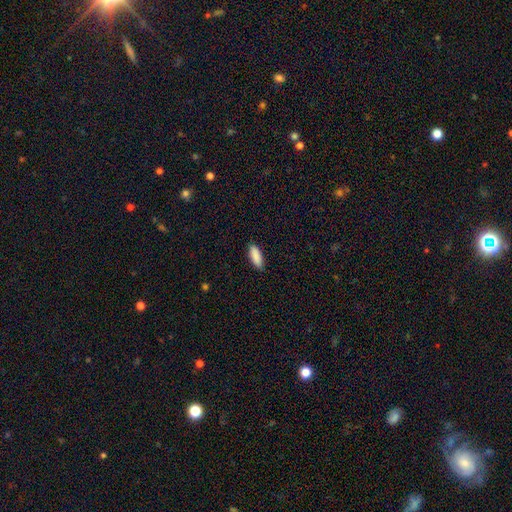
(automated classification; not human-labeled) Smooth or featured?
  - smooth: 90% *
  - star or artifact: 6%
  - featured or disk: 4%
How rounded?
  - in between: 69% *
  - cigar-shaped: 29%
  - round: 2%
Merging?
  - none: 88% *
  - minor disturbance: 9%
  - major disturbance: 2%
  - merger: 1%